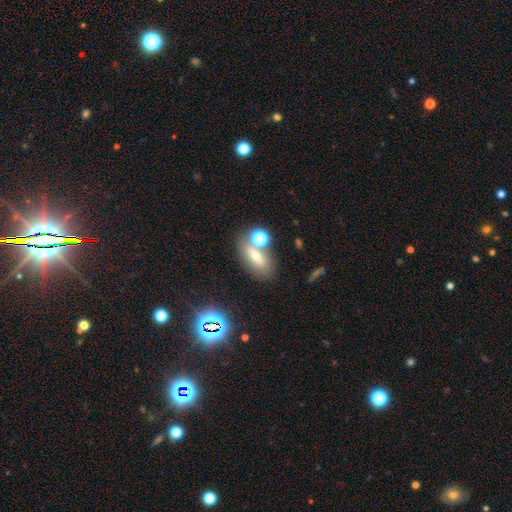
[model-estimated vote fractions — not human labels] Morphology: type=smooth (60%); roundness=in between (73%); merging=none (58%).